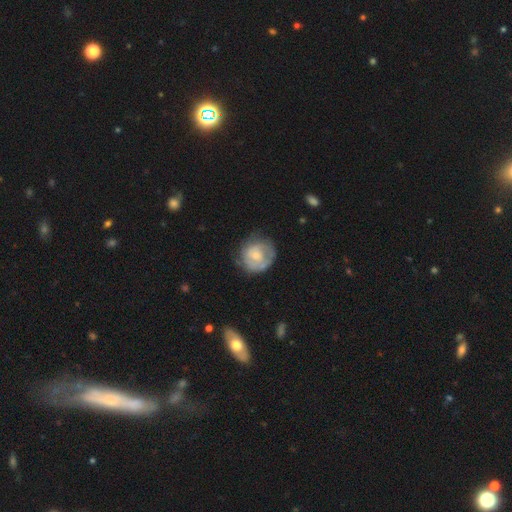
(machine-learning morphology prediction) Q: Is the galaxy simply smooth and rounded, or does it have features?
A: featured or disk — 57%.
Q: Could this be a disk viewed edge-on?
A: no — 98%.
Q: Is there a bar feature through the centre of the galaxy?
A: no — 74%.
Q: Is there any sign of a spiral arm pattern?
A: yes — 68%.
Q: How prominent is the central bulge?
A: small — 58%.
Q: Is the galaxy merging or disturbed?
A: none — 64%.